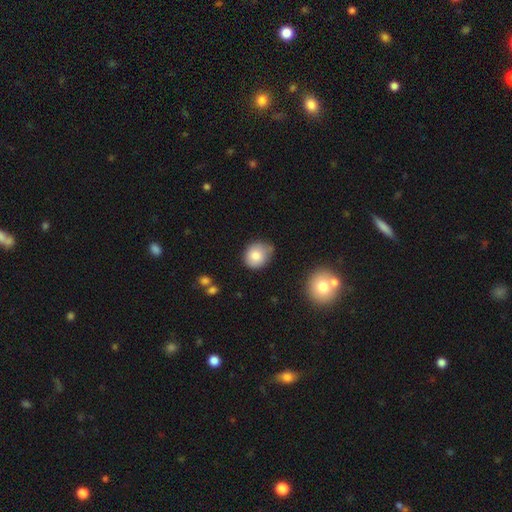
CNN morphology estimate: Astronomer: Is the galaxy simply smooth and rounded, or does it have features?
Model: smooth — 82%.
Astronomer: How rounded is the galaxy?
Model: round — 64%.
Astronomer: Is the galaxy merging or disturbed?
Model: none — 60%.